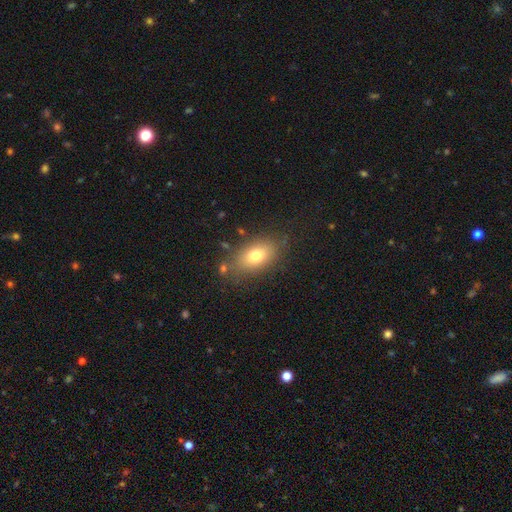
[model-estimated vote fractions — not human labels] smooth-or-featured: smooth: 76% | featured or disk: 15% | star or artifact: 10%
  how-rounded: in between: 86% | round: 10% | cigar-shaped: 4%
  merging: none: 77% | minor disturbance: 14% | major disturbance: 5% | merger: 4%